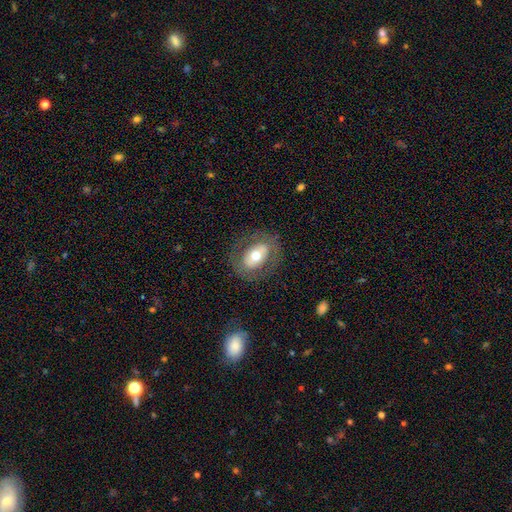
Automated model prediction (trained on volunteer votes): smooth 48%, featured or disk 45%, star or artifact 7%. Down the decision tree: merging — none (79%).